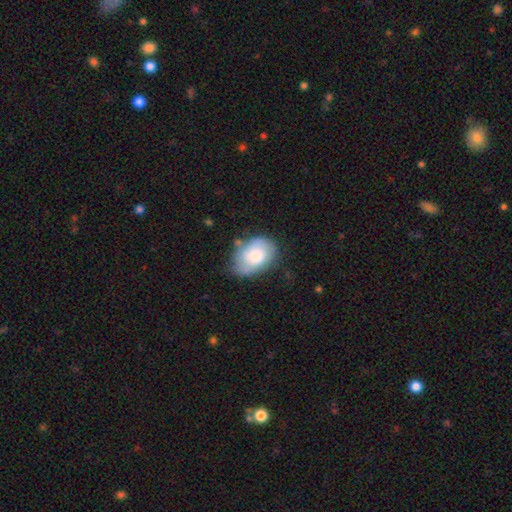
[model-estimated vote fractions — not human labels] A smooth galaxy with no disk features (68%) that is in between round and cigar-shaped (78%).

Vote fractions:
- Smooth or featured? smooth: 68% / featured or disk: 25% / star or artifact: 7%
- How rounded? in between: 78% / round: 21% / cigar-shaped: 1%
- Merging? none: 59% / minor disturbance: 28% / major disturbance: 9% / merger: 5%